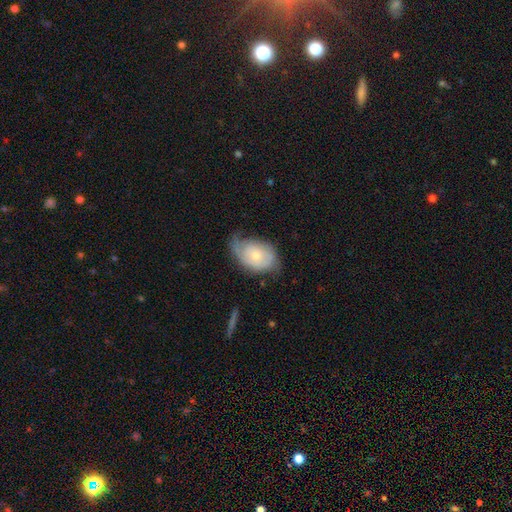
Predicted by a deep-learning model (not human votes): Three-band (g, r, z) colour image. It shows a featured or disk galaxy (51%). Merging: none (42%).